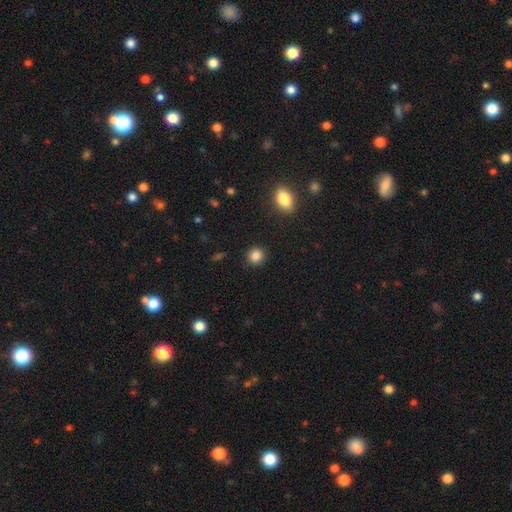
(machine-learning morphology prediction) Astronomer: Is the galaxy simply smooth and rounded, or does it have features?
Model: smooth — 87%.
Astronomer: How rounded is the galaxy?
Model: round — 89%.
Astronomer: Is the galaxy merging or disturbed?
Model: none — 90%.